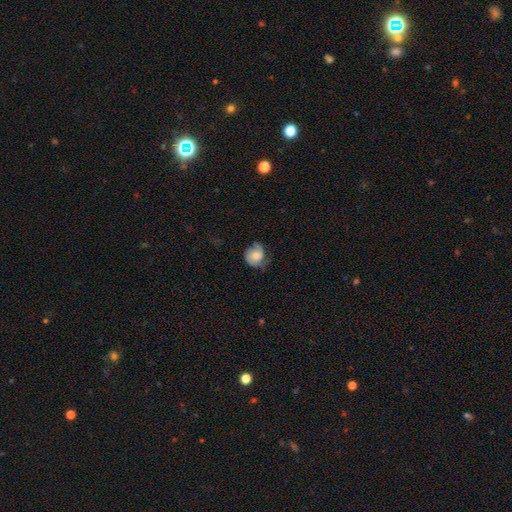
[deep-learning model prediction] Smooth or featured? smooth (63%)
How rounded? round (76%)
Merging? none (48%)